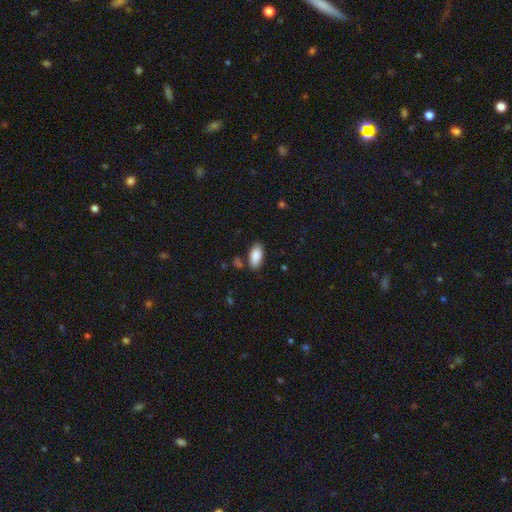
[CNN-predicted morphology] Smooth or featured?
  - smooth: 88% *
  - star or artifact: 6%
  - featured or disk: 6%
How rounded?
  - in between: 92% *
  - cigar-shaped: 5%
  - round: 2%
Merging?
  - none: 78% *
  - minor disturbance: 14%
  - merger: 5%
  - major disturbance: 3%